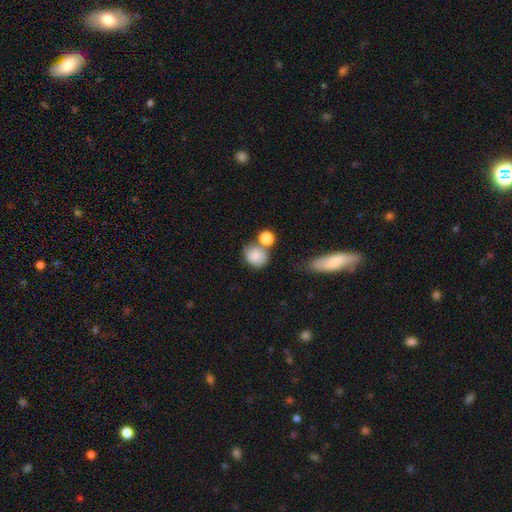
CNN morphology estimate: Q: Smooth or featured?
A: smooth (83%); runner-up: featured or disk (9%)
Q: How rounded?
A: round (68%); runner-up: in between (31%)
Q: Merging?
A: none (42%); runner-up: merger (34%)